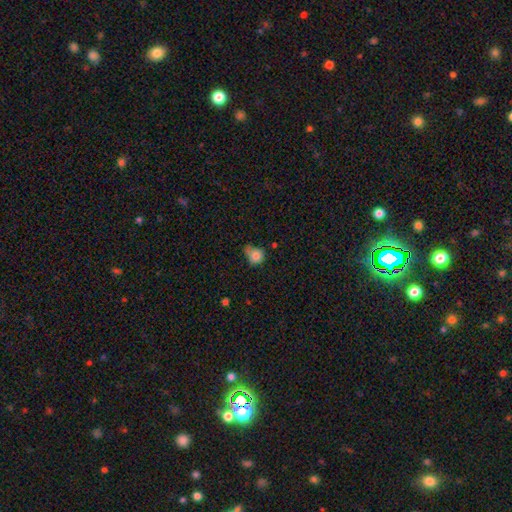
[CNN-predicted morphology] This is likely a smooth galaxy (79%). How rounded: likely round (71%). Merging: marginally minor disturbance (40%).